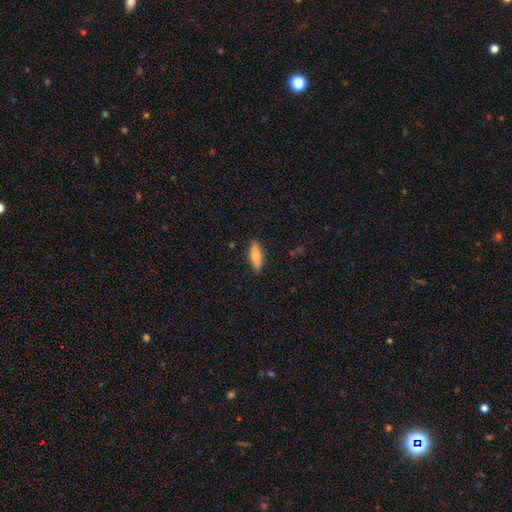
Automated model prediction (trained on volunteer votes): Smooth or featured: smooth — 68% (featured or disk — 26%)
How rounded: cigar-shaped — 51% (in between — 47%)
Merging: none — 86% (minor disturbance — 11%)